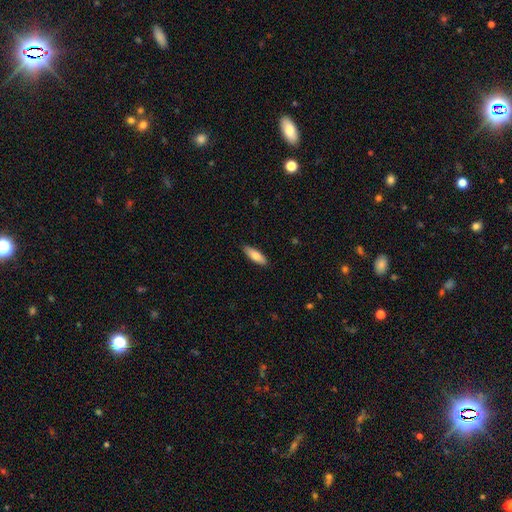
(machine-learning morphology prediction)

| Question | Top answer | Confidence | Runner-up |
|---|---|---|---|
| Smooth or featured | smooth | 79% | featured or disk (16%) |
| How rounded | in between | 58% | cigar-shaped (40%) |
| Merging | none | 88% | minor disturbance (9%) |